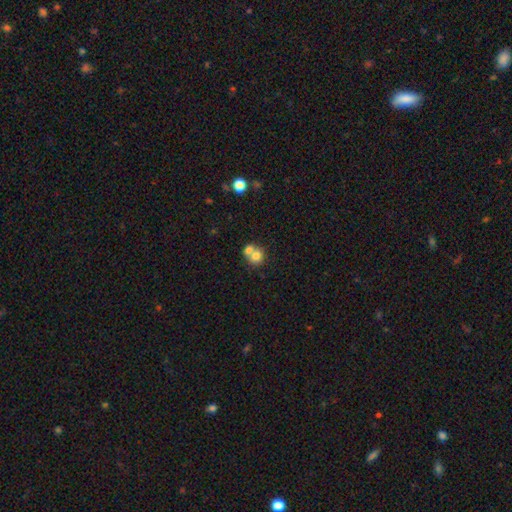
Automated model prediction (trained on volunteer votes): Smooth or featured?
  - smooth: 73% *
  - featured or disk: 17%
  - star or artifact: 10%
How rounded?
  - round: 76% *
  - in between: 24%
  - cigar-shaped: 1%
Merging?
  - merger: 61% *
  - none: 30%
  - minor disturbance: 6%
  - major disturbance: 3%